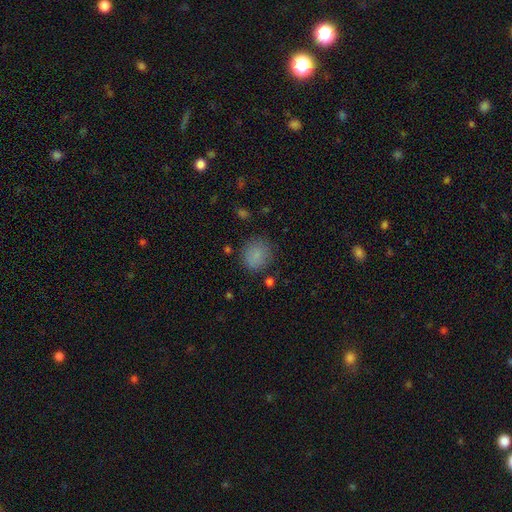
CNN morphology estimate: Q: Smooth or featured?
A: smooth (82%); runner-up: star or artifact (11%)
Q: How rounded?
A: round (81%); runner-up: in between (18%)
Q: Merging?
A: none (79%); runner-up: minor disturbance (14%)